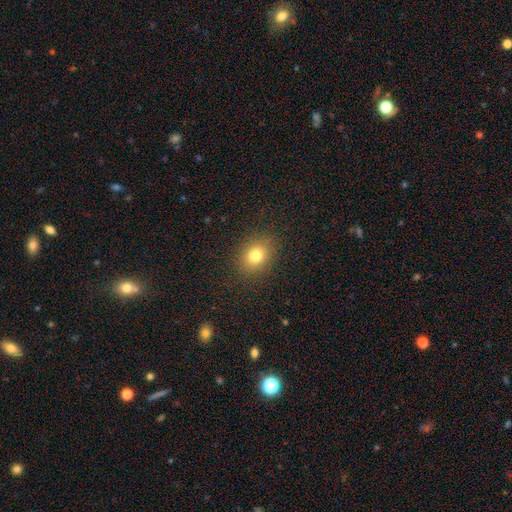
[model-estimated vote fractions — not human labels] This appears to be a smooth galaxy with no disk features (79%) that is in between round and cigar-shaped (51%). Merging: none (88%).